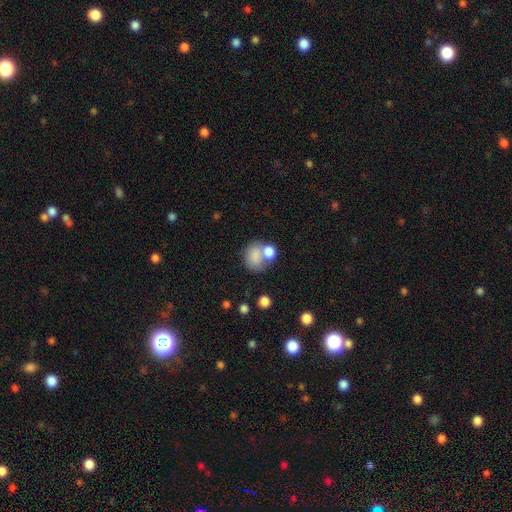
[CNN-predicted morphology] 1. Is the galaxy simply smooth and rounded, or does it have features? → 78% smooth, 13% featured or disk, 9% star or artifact.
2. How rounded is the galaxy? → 55% round, 44% in between, 1% cigar-shaped.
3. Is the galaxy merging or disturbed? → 42% merger, 36% none, 13% minor disturbance, 8% major disturbance.